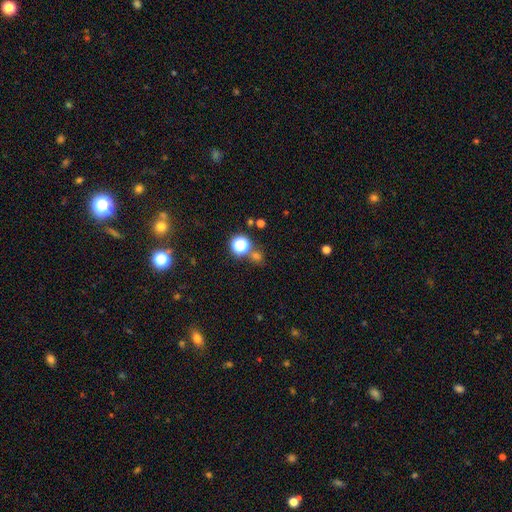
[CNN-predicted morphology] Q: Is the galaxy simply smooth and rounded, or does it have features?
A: smooth — 48%.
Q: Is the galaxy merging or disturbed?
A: none — 73%.